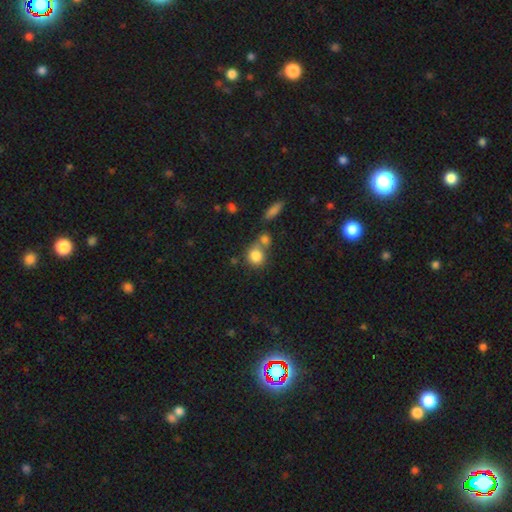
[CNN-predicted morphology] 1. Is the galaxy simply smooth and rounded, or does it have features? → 82% smooth, 10% star or artifact, 8% featured or disk.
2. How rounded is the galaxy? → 79% round, 20% in between, 1% cigar-shaped.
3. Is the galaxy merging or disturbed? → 49% none, 36% merger, 11% minor disturbance, 5% major disturbance.